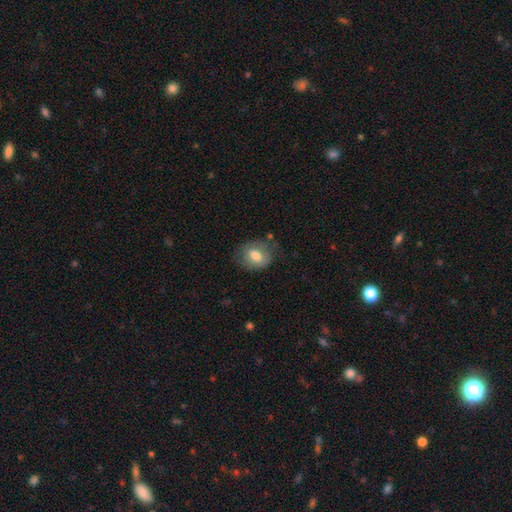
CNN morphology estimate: A smooth galaxy with no disk features (72%) that is in between round and cigar-shaped (58%).

Vote fractions:
- Smooth or featured? smooth: 72% / featured or disk: 21% / star or artifact: 8%
- How rounded? in between: 58% / round: 41% / cigar-shaped: 1%
- Merging? none: 65% / minor disturbance: 23% / major disturbance: 9% / merger: 2%